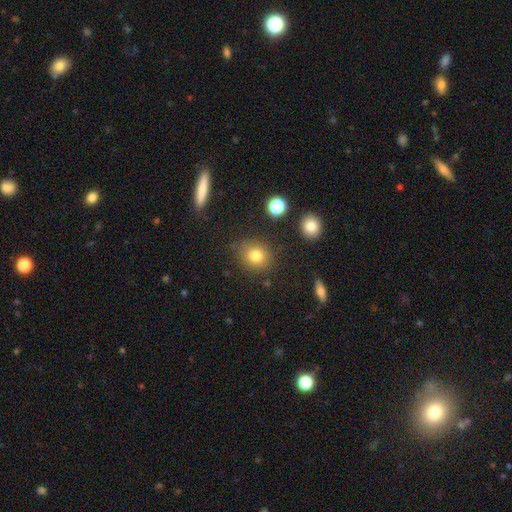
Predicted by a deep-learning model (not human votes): A smooth galaxy with no disk features (79%) that is round (75%).

Vote fractions:
- Smooth or featured? smooth: 79% / star or artifact: 13% / featured or disk: 8%
- How rounded? round: 75% / in between: 24% / cigar-shaped: 1%
- Merging? none: 83% / minor disturbance: 11% / major disturbance: 4% / merger: 3%